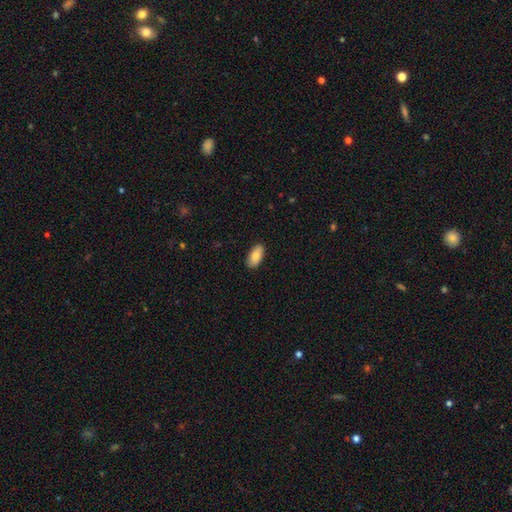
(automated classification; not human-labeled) Overall: smooth (83%). How rounded: in between (92%). Merging: none (89%).